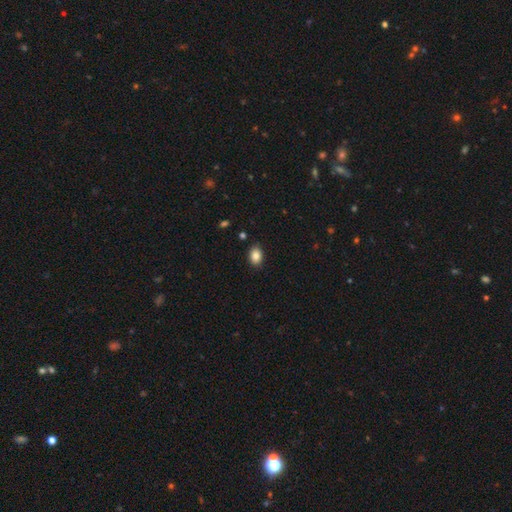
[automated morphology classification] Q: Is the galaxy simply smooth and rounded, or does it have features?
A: smooth — 86%.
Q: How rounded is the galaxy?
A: in between — 79%.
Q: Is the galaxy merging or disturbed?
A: none — 87%.